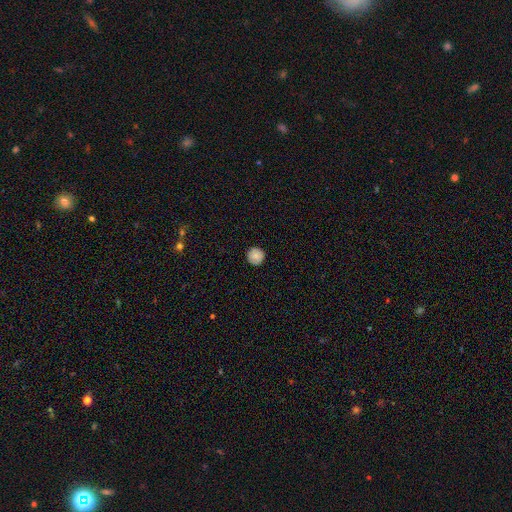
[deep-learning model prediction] This is clearly a smooth galaxy (84%). How rounded: clearly round (96%). Merging: clearly none (90%).